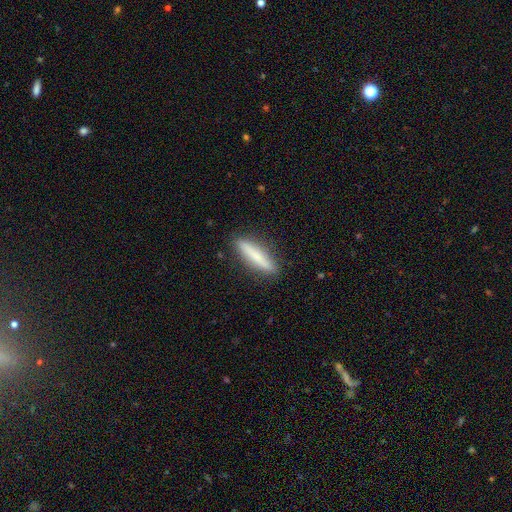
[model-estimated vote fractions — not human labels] smooth-or-featured: smooth: 66% | featured or disk: 28% | star or artifact: 6%
  how-rounded: cigar-shaped: 89% | in between: 10% | round: 1%
  merging: none: 89% | minor disturbance: 8% | major disturbance: 2% | merger: 1%